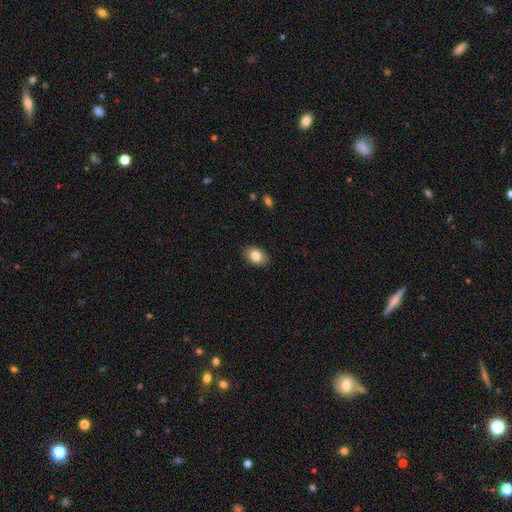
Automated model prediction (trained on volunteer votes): Overall: smooth (83%). How rounded: in between (85%). Merging: none (88%).